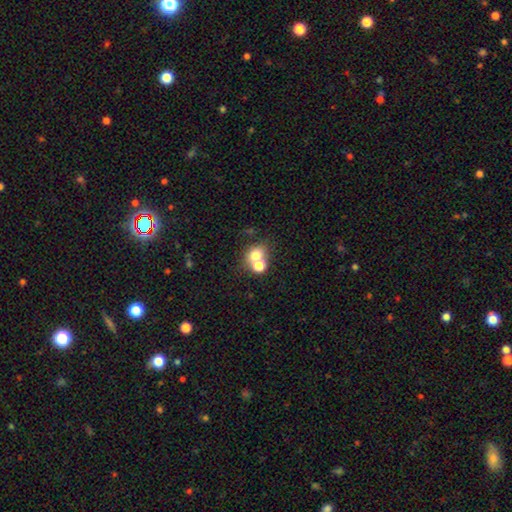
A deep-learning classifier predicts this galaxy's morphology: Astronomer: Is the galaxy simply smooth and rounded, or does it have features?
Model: smooth — 72%.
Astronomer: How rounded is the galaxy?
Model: round — 58% (runner-up: in between, 41%).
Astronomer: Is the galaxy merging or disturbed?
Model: merger — 50% (runner-up: none, 39%).